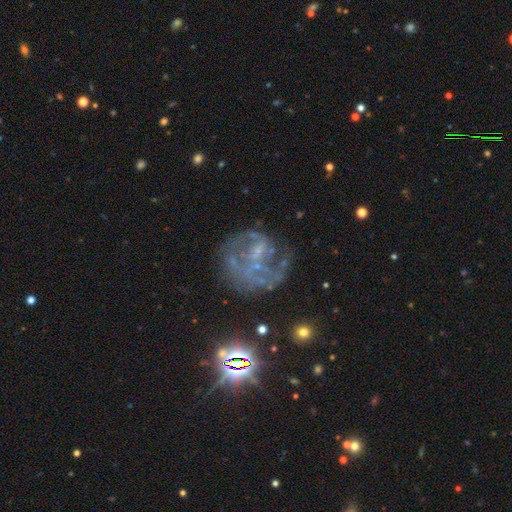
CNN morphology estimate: type=featured or disk (65%); edge-on=no (98%); bar=no (64%); spiral arms=yes (50%, tied with no); bulge=none (52%); merging=none (46%).